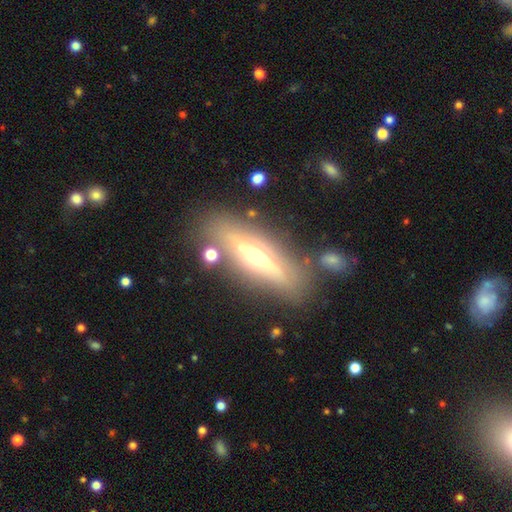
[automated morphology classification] smooth_or_featured: featured or disk (p=0.62) [alt: smooth p=0.31]
disk_edge_on: yes (p=0.82) [alt: no p=0.18]
edge_on_bulge: rounded (p=0.92) [alt: none p=0.04]
merging: none (p=0.78) [alt: minor disturbance p=0.12]